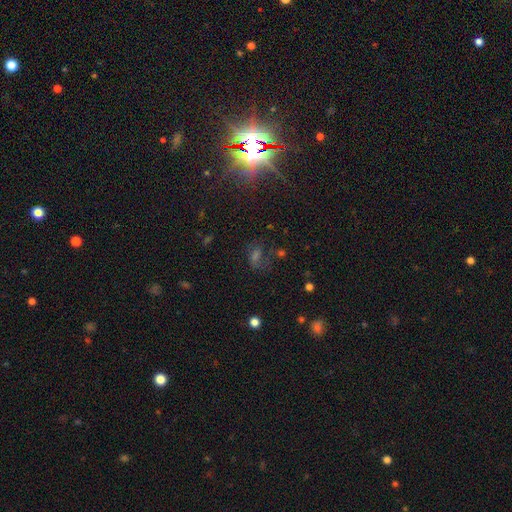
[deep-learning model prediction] This appears to be a star or artifact, not a galaxy (49%).